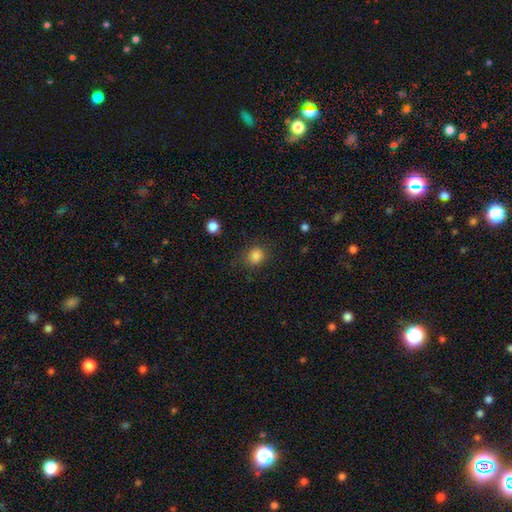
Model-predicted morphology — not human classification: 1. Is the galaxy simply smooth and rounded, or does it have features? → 85% smooth, 11% star or artifact, 4% featured or disk.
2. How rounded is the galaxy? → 71% round, 28% in between, 1% cigar-shaped.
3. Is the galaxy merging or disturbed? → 76% none, 16% minor disturbance, 6% major disturbance, 2% merger.